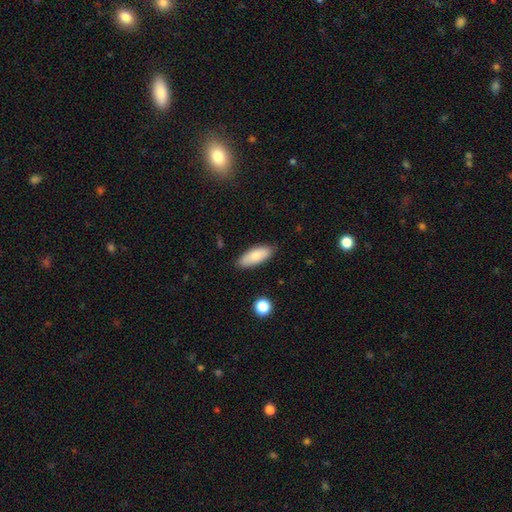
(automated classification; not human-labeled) smooth_or_featured: smooth (p=0.82) [alt: featured or disk p=0.12]
how_rounded: in between (p=0.78) [alt: cigar-shaped p=0.21]
merging: none (p=0.84) [alt: minor disturbance p=0.12]